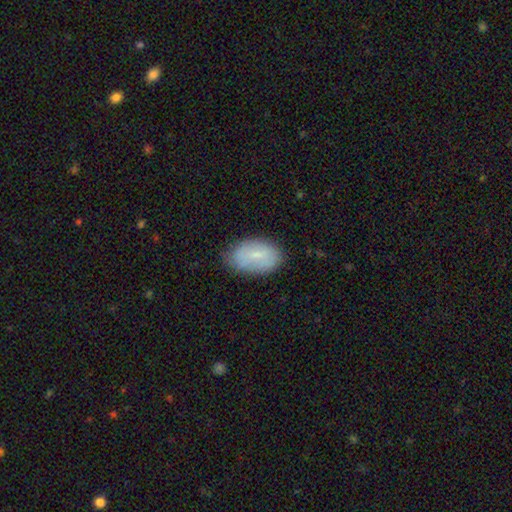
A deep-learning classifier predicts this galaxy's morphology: Smooth or featured? smooth (68%)
How rounded? in between (91%)
Merging? none (76%)